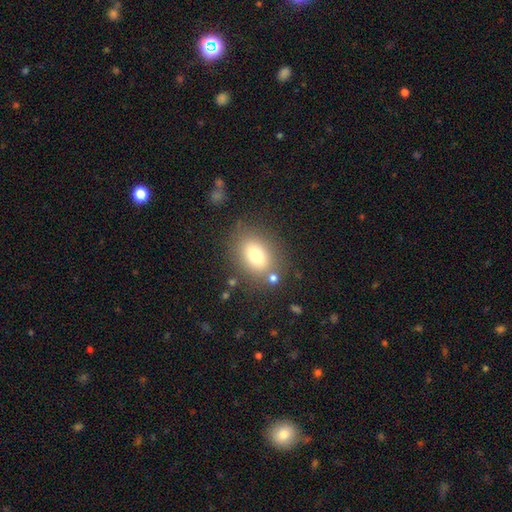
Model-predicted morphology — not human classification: A smooth galaxy with no disk features (76%) that is in between round and cigar-shaped (72%).

Vote fractions:
- Smooth or featured? smooth: 76% / featured or disk: 14% / star or artifact: 11%
- How rounded? in between: 72% / round: 26% / cigar-shaped: 2%
- Merging? none: 75% / minor disturbance: 13% / merger: 7% / major disturbance: 5%